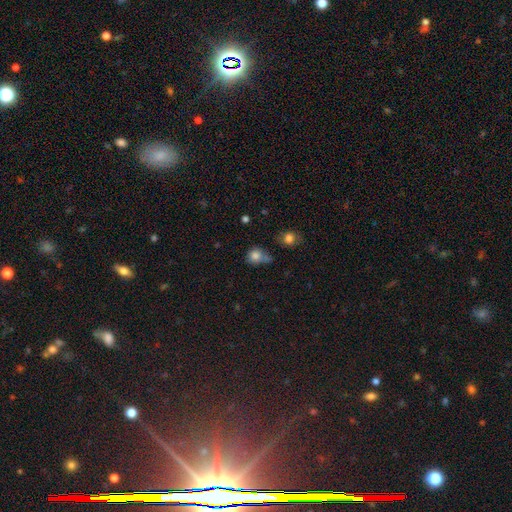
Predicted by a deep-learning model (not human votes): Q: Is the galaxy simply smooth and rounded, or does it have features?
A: smooth — 80%.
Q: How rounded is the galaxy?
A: round — 71%.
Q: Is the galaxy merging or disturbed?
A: none — 45%.